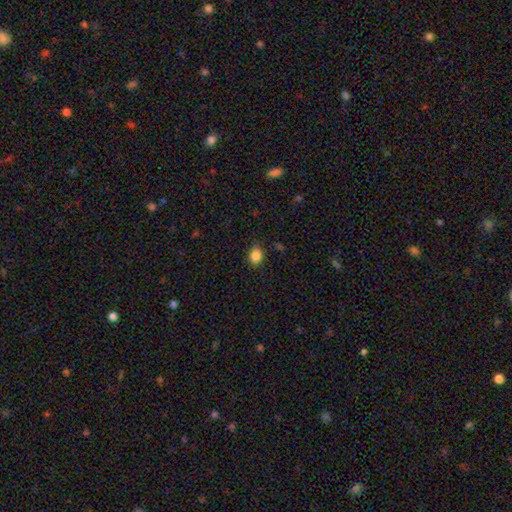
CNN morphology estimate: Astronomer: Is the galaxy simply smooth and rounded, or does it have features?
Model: smooth — 86%.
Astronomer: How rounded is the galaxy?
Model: round — 53% (runner-up: in between, 46%).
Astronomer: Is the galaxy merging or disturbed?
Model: none — 84%.